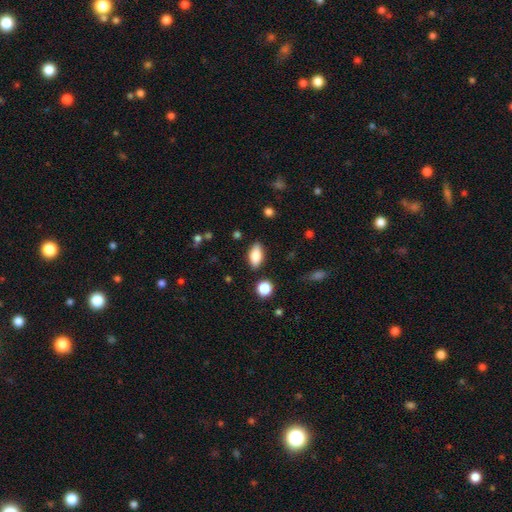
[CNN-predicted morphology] Smooth or featured: smooth — 83% (featured or disk — 10%)
How rounded: in between — 88% (cigar-shaped — 7%)
Merging: none — 84% (minor disturbance — 11%)